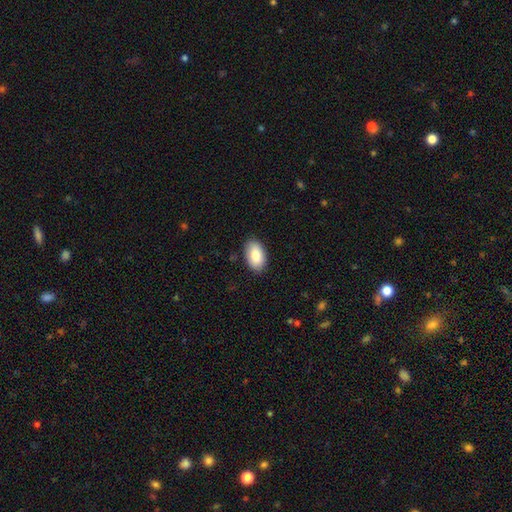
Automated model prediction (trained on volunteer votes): Q: Smooth or featured?
A: smooth (86%); runner-up: featured or disk (8%)
Q: How rounded?
A: in between (94%); runner-up: round (4%)
Q: Merging?
A: none (87%); runner-up: minor disturbance (10%)